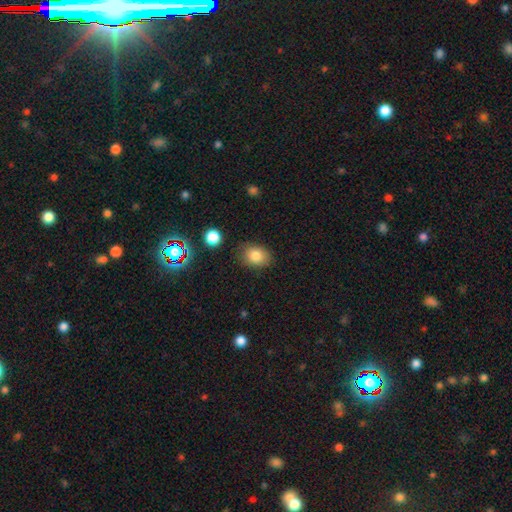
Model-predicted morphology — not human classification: Smooth or featured? smooth (82%)
How rounded? in between (65%)
Merging? none (81%)